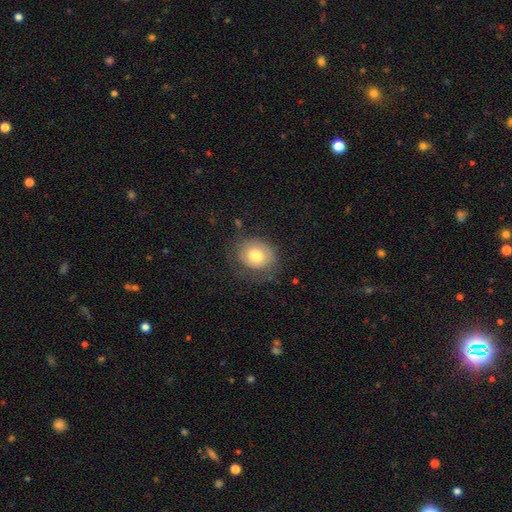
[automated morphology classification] Overall: smooth (65%; featured or disk 26%). How rounded: round (56%; in between 43%). Merging: none (65%).